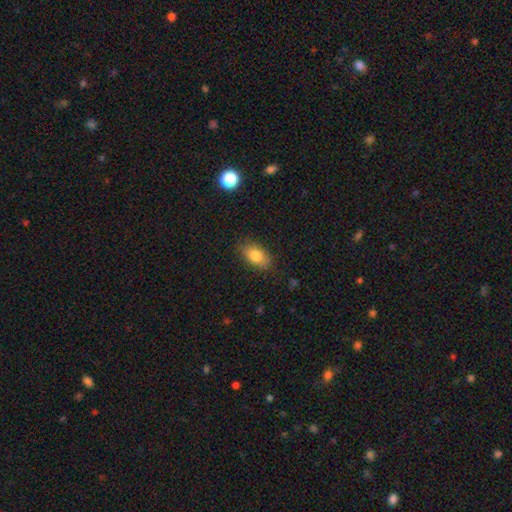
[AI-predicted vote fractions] A smooth galaxy with no disk features (81%) that is in between round and cigar-shaped (89%).

Vote fractions:
- Smooth or featured? smooth: 81% / featured or disk: 10% / star or artifact: 8%
- How rounded? in between: 89% / round: 7% / cigar-shaped: 4%
- Merging? none: 83% / minor disturbance: 12% / major disturbance: 3% / merger: 1%